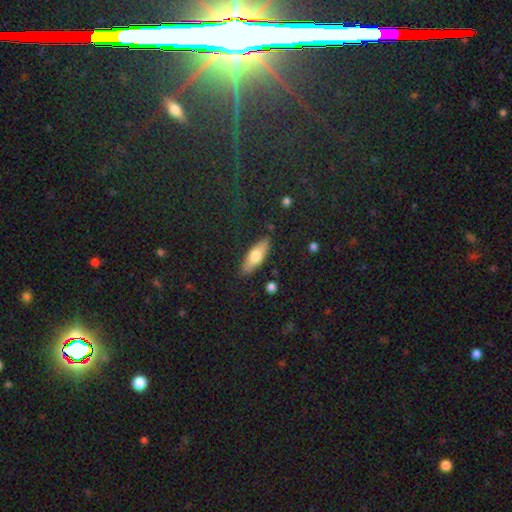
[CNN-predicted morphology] A smooth galaxy with no disk features (67%) that is in between round and cigar-shaped (58%).

Vote fractions:
- Smooth or featured? smooth: 67% / featured or disk: 27% / star or artifact: 6%
- How rounded? in between: 58% / cigar-shaped: 39% / round: 3%
- Merging? none: 87% / minor disturbance: 10% / major disturbance: 2% / merger: 2%